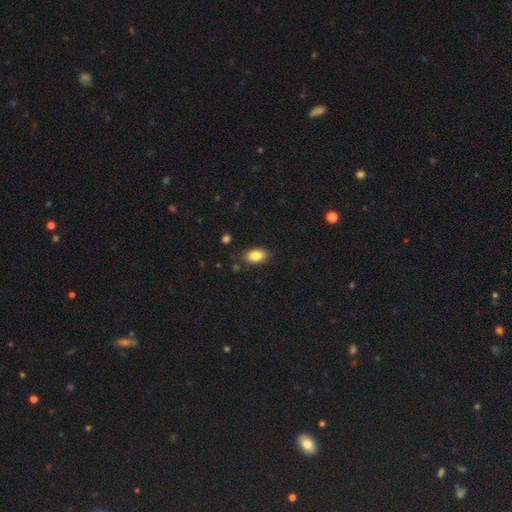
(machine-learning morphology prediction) smooth-or-featured: smooth: 86% | star or artifact: 8% | featured or disk: 6%
  how-rounded: in between: 91% | round: 7% | cigar-shaped: 2%
  merging: none: 85% | minor disturbance: 11% | major disturbance: 3% | merger: 2%